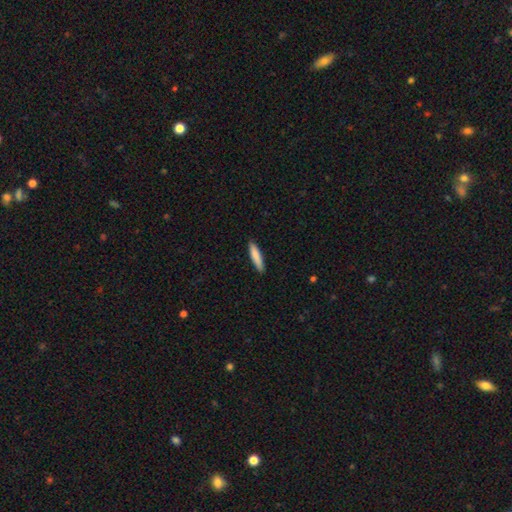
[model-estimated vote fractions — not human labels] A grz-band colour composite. It shows a smooth galaxy with no disk features (85%) that is cigar-shaped (84%). Merging: none (89%).